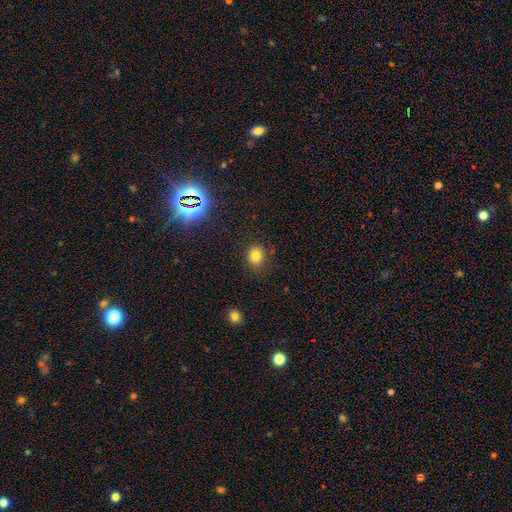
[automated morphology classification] smooth 80%, star or artifact 14%, featured or disk 7%. Down the decision tree: how rounded — round (77%); merging — none (83%).